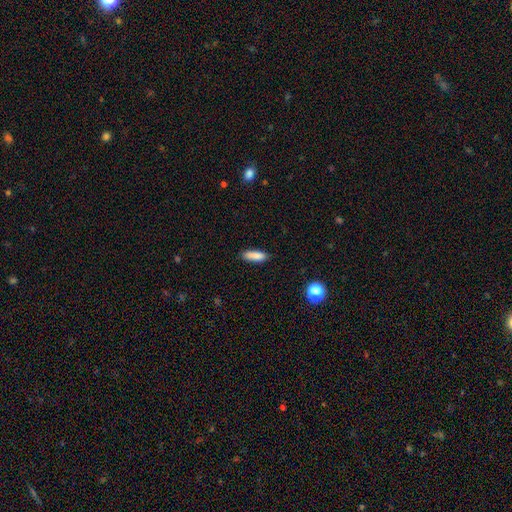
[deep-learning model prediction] This is clearly a smooth galaxy (85%). How rounded: possibly in between (49%, tied with cigar-shaped). Merging: clearly none (83%).